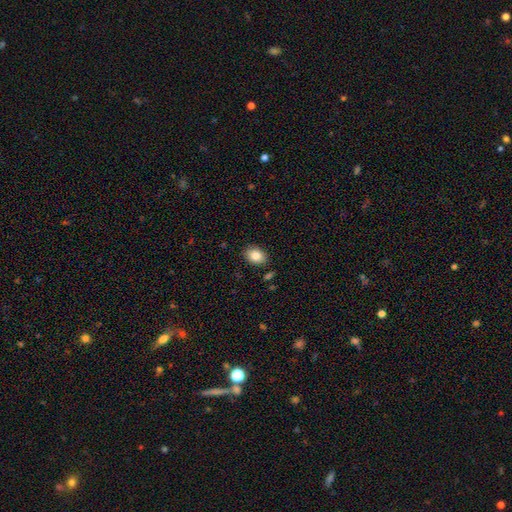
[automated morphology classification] type=smooth (84%); roundness=in between (75%); merging=none (87%).